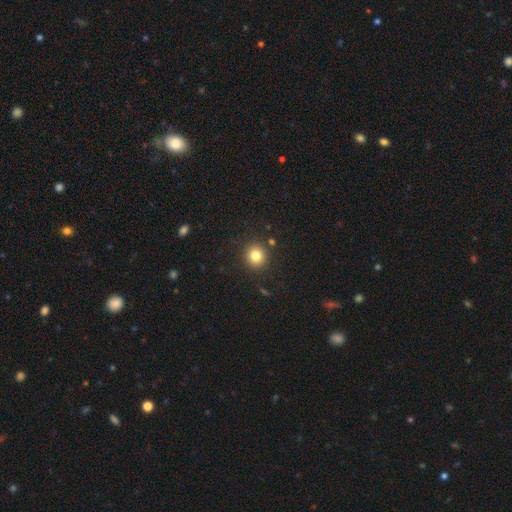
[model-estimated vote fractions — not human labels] A smooth galaxy with no disk features (81%) that is round (91%). Merging: none (89%).